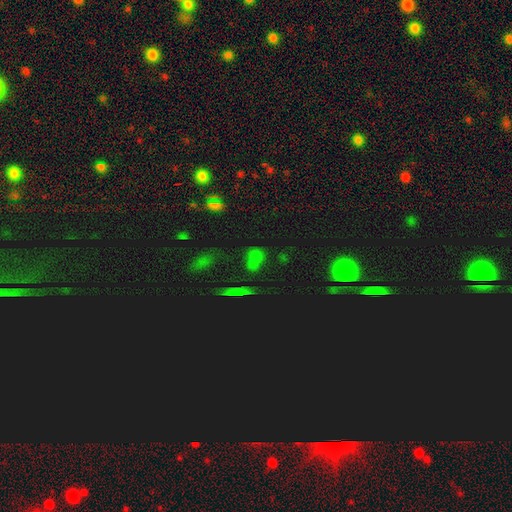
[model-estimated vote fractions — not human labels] star or artifact 52%, smooth 39%, featured or disk 8%.